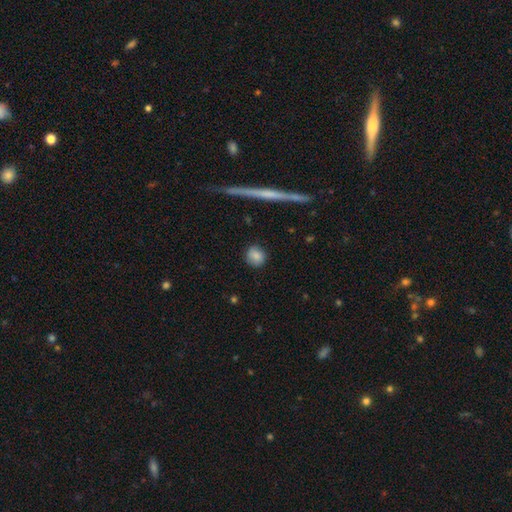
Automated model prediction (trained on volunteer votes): Smooth or featured? smooth (84%)
How rounded? round (77%)
Merging? none (86%)